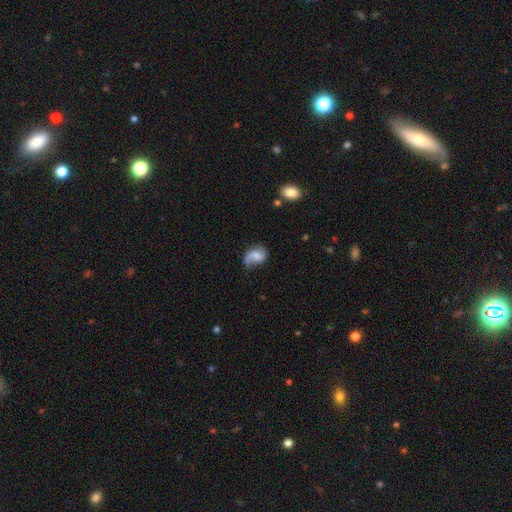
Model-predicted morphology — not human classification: Smooth or featured?
  - featured or disk: 57% *
  - smooth: 35%
  - star or artifact: 9%
Edge-on disk?
  - no: 97% *
  - yes: 3%
Bar?
  - no: 54% *
  - weak: 38%
  - strong: 8%
Spiral arms?
  - yes: 88% *
  - no: 12%
Bulge size?
  - none: 33% *
  - small: 27%
  - moderate: 26%
  - large: 12%
  - dominant: 3%
Merging?
  - none: 43% *
  - major disturbance: 27%
  - minor disturbance: 26%
  - merger: 5%